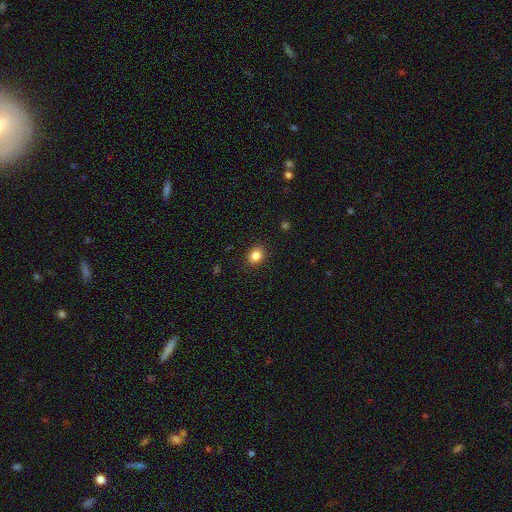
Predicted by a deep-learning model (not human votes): smooth_or_featured: smooth (p=0.85) [alt: star or artifact p=0.10]
how_rounded: round (p=0.53) [alt: in between p=0.46]
merging: none (p=0.88) [alt: minor disturbance p=0.08]